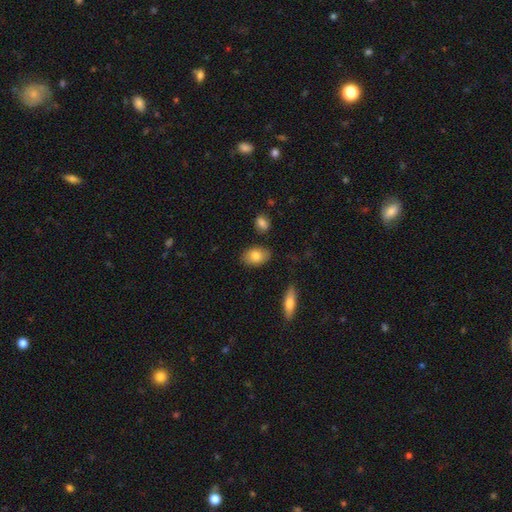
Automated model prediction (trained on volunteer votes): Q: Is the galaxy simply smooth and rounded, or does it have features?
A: smooth — 81%.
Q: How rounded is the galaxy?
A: in between — 86%.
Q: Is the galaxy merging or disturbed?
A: none — 84%.